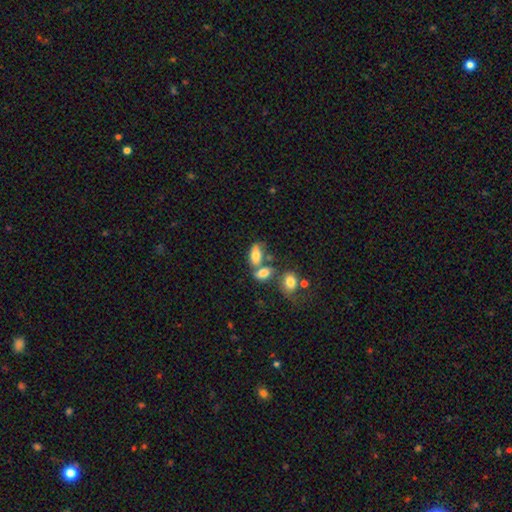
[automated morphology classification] This is likely a smooth galaxy (77%). How rounded: clearly in between (88%). Merging: possibly none (47%).